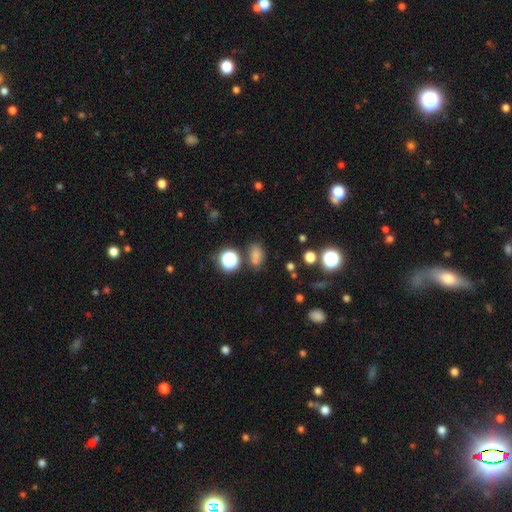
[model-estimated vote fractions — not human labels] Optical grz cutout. It shows a smooth galaxy with no disk features (68%) that is in between round and cigar-shaped (69%). Merging: none (65%).